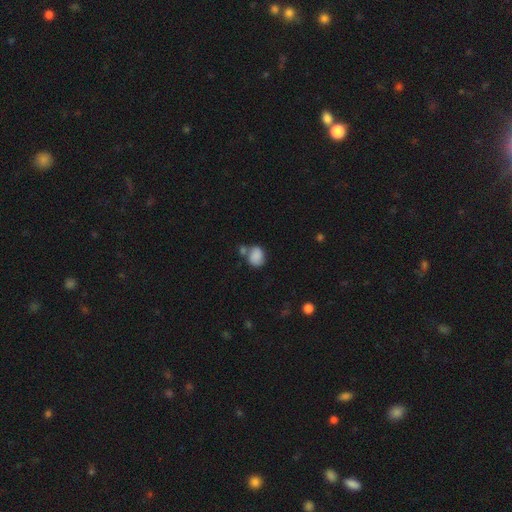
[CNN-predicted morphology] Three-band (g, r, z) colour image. It shows a smooth galaxy with no disk features (83%) that is round (51%). Merging: none (45%).